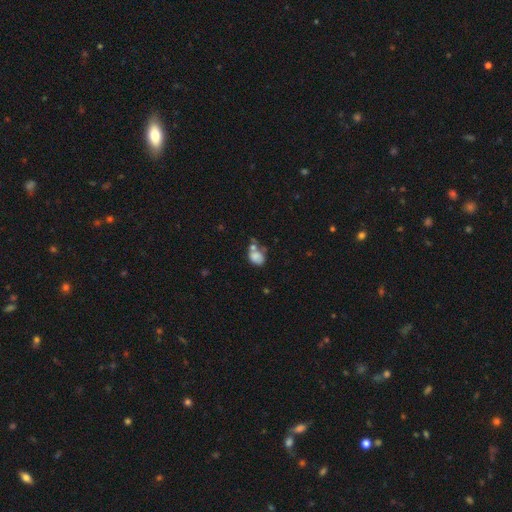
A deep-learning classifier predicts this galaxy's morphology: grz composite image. It shows a smooth galaxy with no disk features (75%) that is in between round and cigar-shaped (62%). Merging: merger (40%).